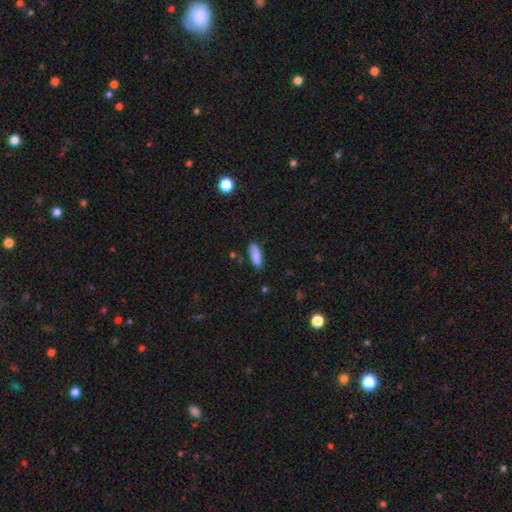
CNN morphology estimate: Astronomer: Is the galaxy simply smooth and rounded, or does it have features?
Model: smooth — 88%.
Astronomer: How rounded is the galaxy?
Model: in between — 67%.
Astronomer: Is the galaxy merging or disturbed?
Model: none — 84%.